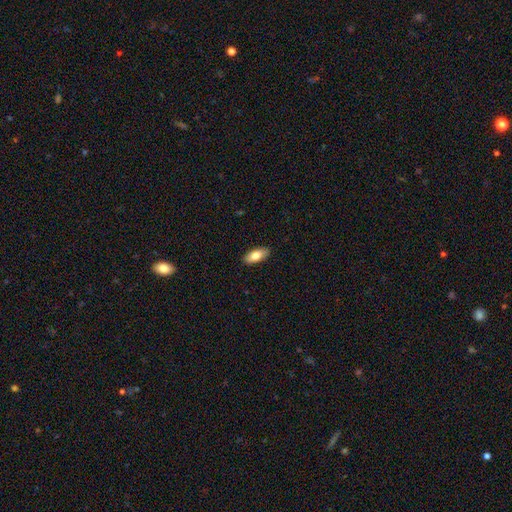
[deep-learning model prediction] Smooth or featured?
  - smooth: 80% *
  - featured or disk: 14%
  - star or artifact: 6%
How rounded?
  - in between: 85% *
  - cigar-shaped: 12%
  - round: 2%
Merging?
  - none: 90% *
  - minor disturbance: 8%
  - major disturbance: 2%
  - merger: 1%